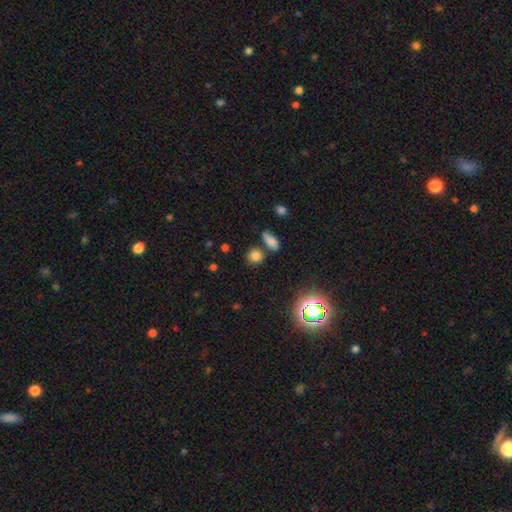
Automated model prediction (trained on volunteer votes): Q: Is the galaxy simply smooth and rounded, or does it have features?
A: smooth — 76%.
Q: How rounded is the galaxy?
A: round — 79%.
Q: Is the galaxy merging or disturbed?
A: none — 74%.